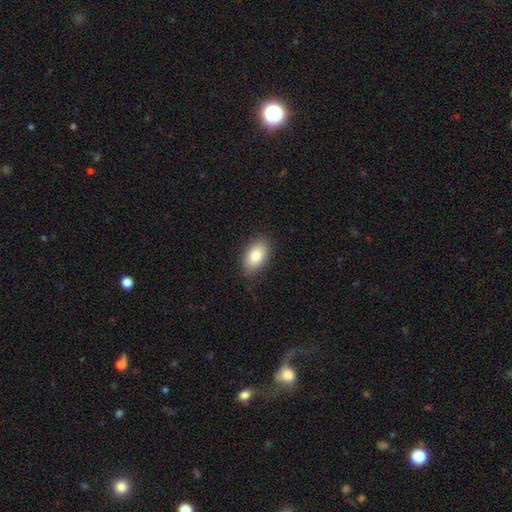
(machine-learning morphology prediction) smooth 83%, featured or disk 10%, star or artifact 7%. Down the decision tree: how rounded — in between (92%); merging — none (87%).